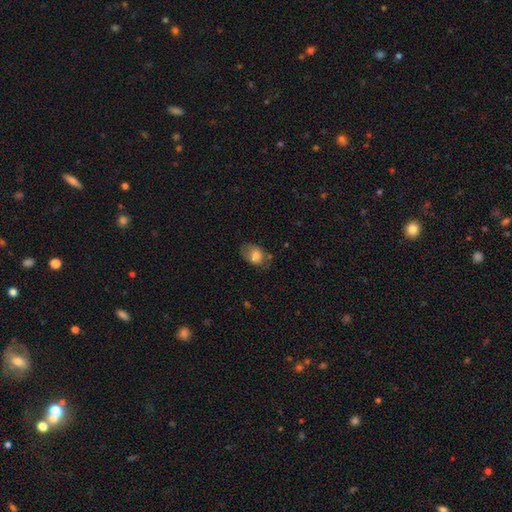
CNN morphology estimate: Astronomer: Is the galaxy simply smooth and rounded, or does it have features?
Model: smooth — 73%.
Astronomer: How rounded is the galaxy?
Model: in between — 75%.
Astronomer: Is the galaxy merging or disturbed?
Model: none — 57%.